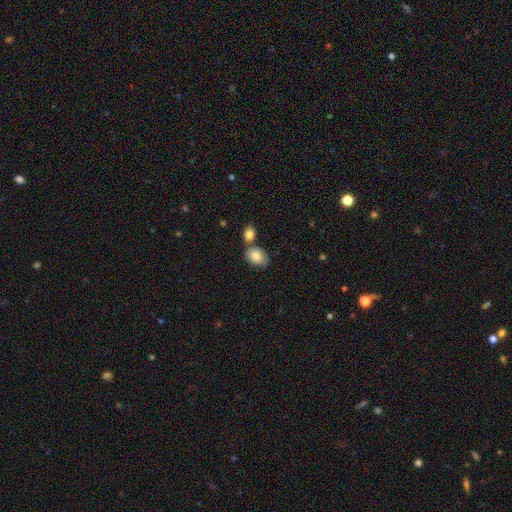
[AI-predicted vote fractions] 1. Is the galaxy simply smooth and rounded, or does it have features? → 83% smooth, 10% featured or disk, 7% star or artifact.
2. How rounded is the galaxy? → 79% in between, 20% round, 1% cigar-shaped.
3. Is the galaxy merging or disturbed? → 51% none, 29% merger, 16% minor disturbance, 4% major disturbance.